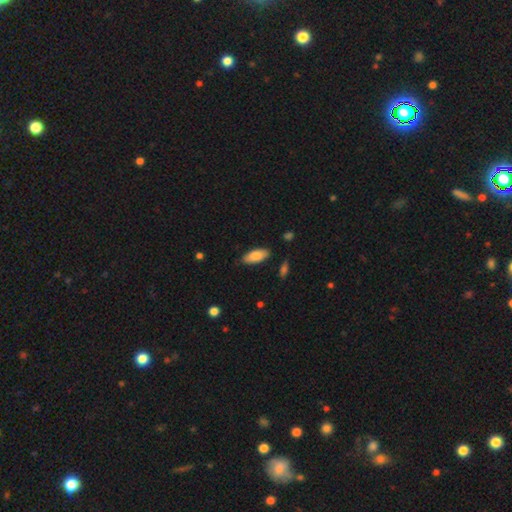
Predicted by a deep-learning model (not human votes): smooth_or_featured: smooth (p=0.82) [alt: featured or disk p=0.12]
how_rounded: in between (p=0.86) [alt: cigar-shaped p=0.12]
merging: none (p=0.85) [alt: minor disturbance p=0.12]